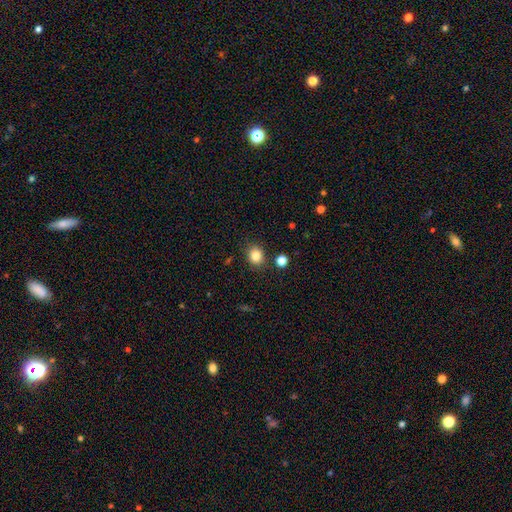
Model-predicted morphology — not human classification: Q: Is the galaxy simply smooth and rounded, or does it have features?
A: smooth — 85%.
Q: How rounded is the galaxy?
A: round — 68%.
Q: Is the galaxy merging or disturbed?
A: none — 83%.